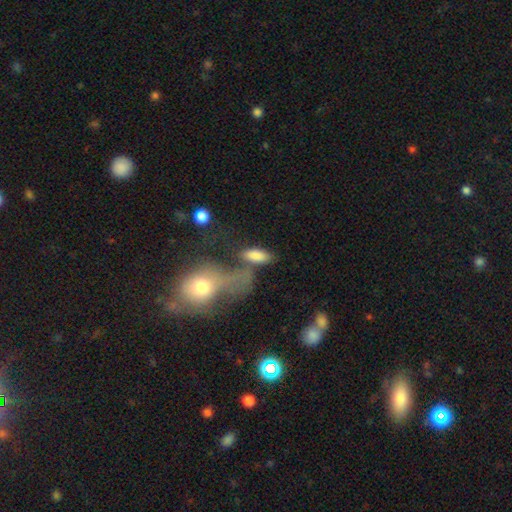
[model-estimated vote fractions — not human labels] This appears to be a smooth galaxy with no disk features (81%) that is in between round and cigar-shaped (79%). Merging: none (45%).